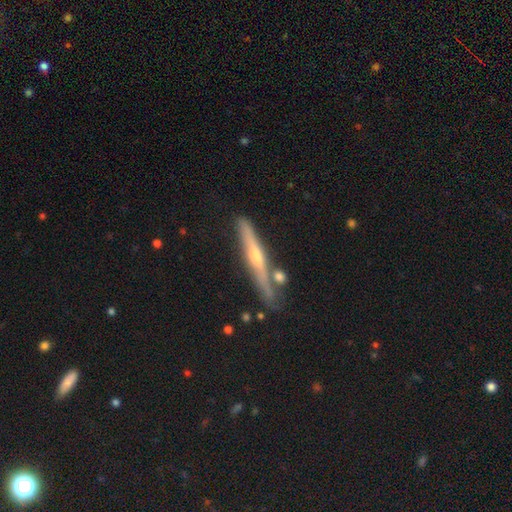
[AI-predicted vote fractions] Smooth or featured?
  - featured or disk: 73% *
  - smooth: 20%
  - star or artifact: 7%
Edge-on disk?
  - yes: 96% *
  - no: 4%
Edge-on bulge?
  - rounded: 81% *
  - none: 14%
  - boxy: 6%
Merging?
  - none: 79% *
  - minor disturbance: 12%
  - merger: 6%
  - major disturbance: 3%